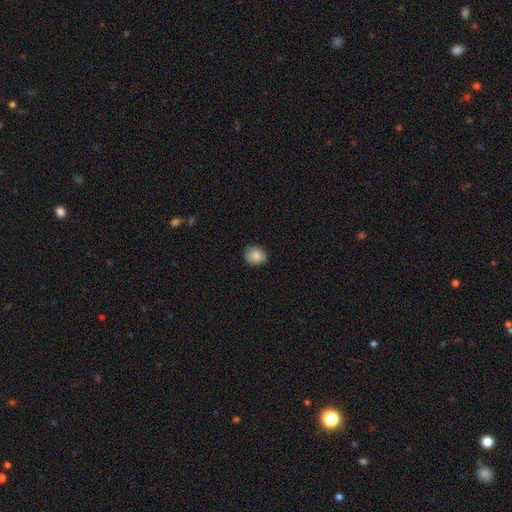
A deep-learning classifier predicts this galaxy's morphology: smooth_or_featured: smooth (p=0.87) [alt: star or artifact p=0.08]
how_rounded: round (p=0.58) [alt: in between p=0.41]
merging: none (p=0.84) [alt: minor disturbance p=0.13]